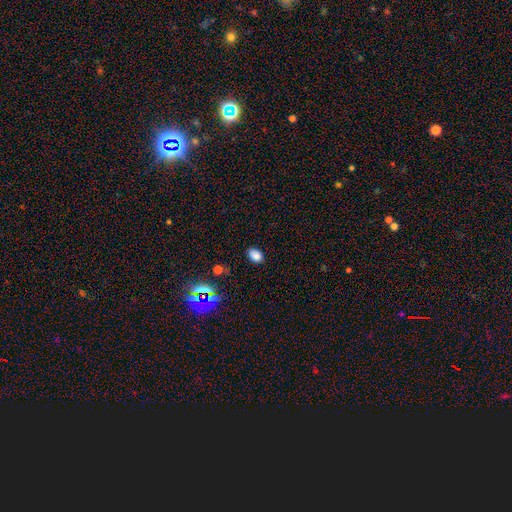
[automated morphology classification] This appears to be a smooth galaxy with no disk features (78%) that is in between round and cigar-shaped (86%). Merging: none (81%).